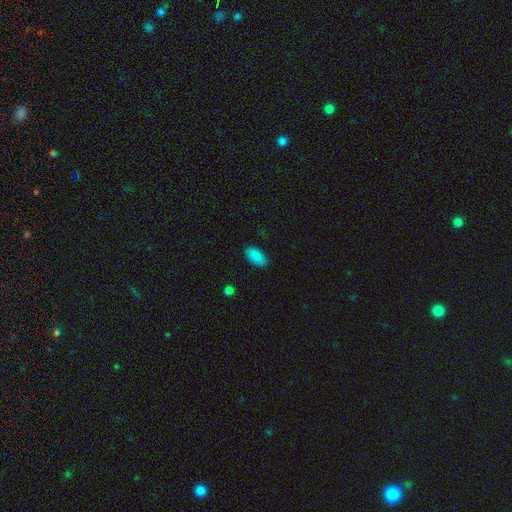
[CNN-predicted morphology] Q: Smooth or featured?
A: smooth (88%); runner-up: star or artifact (8%)
Q: How rounded?
A: in between (94%); runner-up: round (3%)
Q: Merging?
A: none (85%); runner-up: minor disturbance (11%)